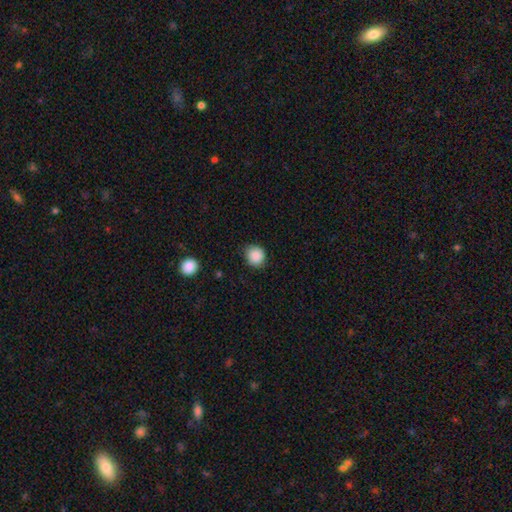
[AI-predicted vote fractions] A smooth galaxy with no disk features (88%) that is round (88%). Merging: none (85%).